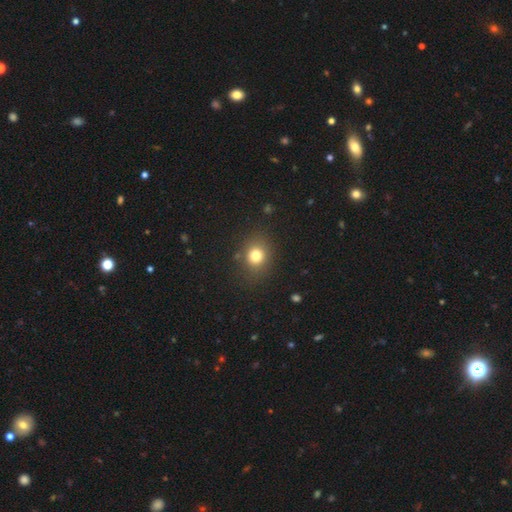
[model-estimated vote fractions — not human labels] Smooth or featured: smooth — 77% (star or artifact — 14%)
How rounded: round — 68% (in between — 31%)
Merging: none — 84% (minor disturbance — 10%)